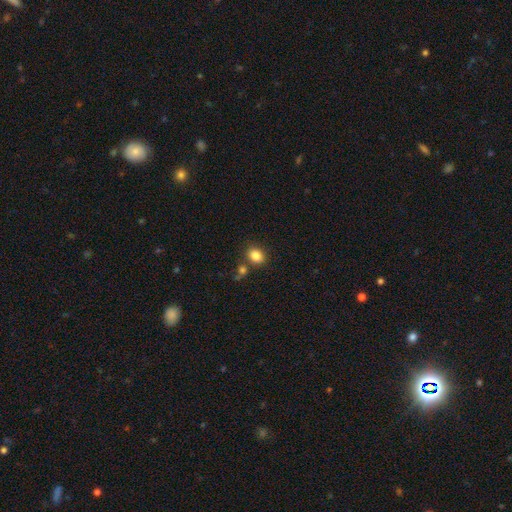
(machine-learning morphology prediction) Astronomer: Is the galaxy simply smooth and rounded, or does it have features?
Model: smooth — 84%.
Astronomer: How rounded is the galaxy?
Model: in between — 58% (runner-up: round, 41%).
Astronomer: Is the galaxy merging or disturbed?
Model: none — 74%.